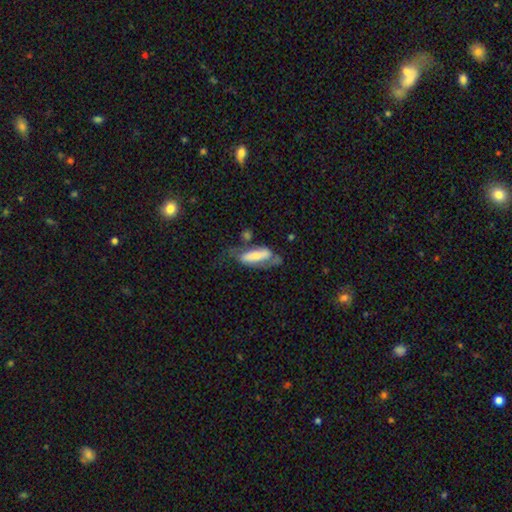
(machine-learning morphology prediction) Q: Smooth or featured?
A: featured or disk (49%); runner-up: smooth (45%)
Q: Merging?
A: none (39%); runner-up: major disturbance (28%)